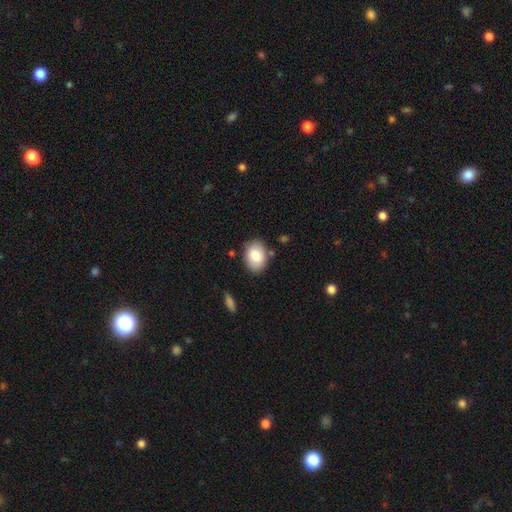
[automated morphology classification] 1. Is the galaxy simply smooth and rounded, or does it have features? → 83% smooth, 10% featured or disk, 7% star or artifact.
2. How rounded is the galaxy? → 76% in between, 23% round, 1% cigar-shaped.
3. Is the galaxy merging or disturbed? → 81% none, 13% minor disturbance, 3% merger, 3% major disturbance.